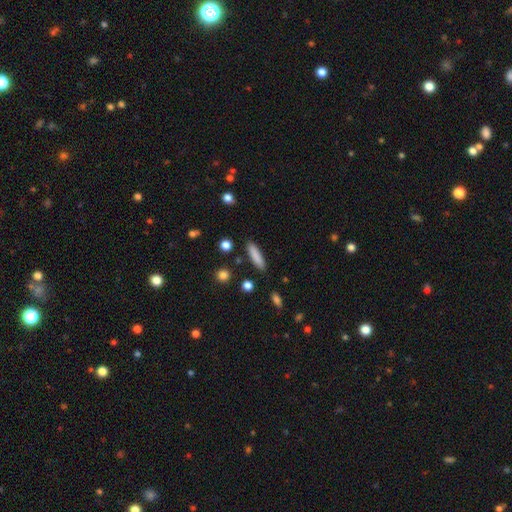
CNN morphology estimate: A smooth galaxy with no disk features (84%) that is cigar-shaped (80%). Merging: none (88%).